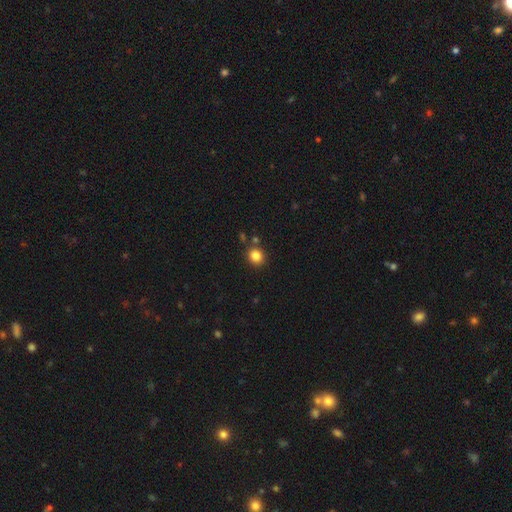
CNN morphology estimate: This is clearly a smooth galaxy (84%). How rounded: likely round (79%). Merging: clearly none (81%).